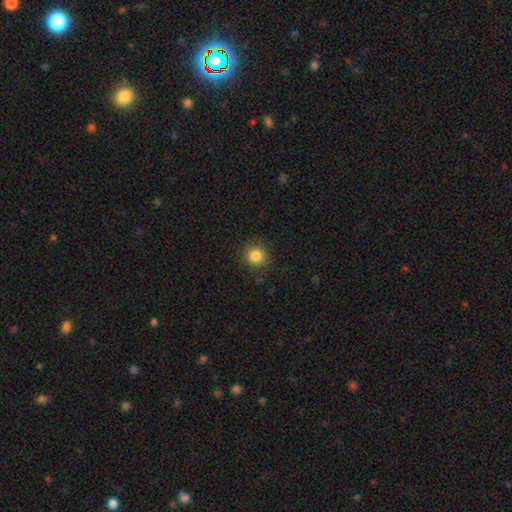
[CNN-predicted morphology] smooth_or_featured: smooth (p=0.84) [alt: star or artifact p=0.11]
how_rounded: round (p=0.92) [alt: in between p=0.08]
merging: none (p=0.89) [alt: minor disturbance p=0.07]